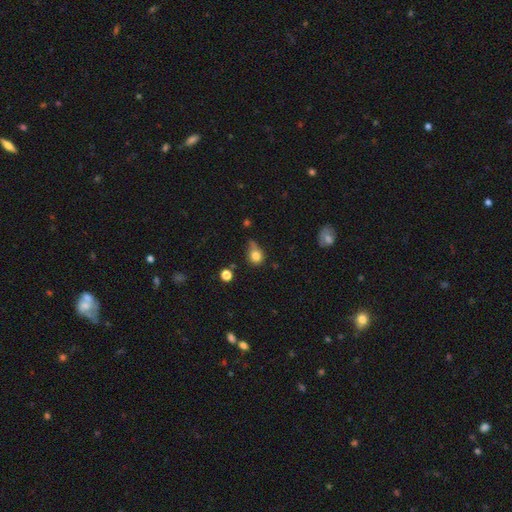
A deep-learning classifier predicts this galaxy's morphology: This is likely a smooth galaxy (79%). How rounded: likely round (69%). Merging: marginally none (44%).